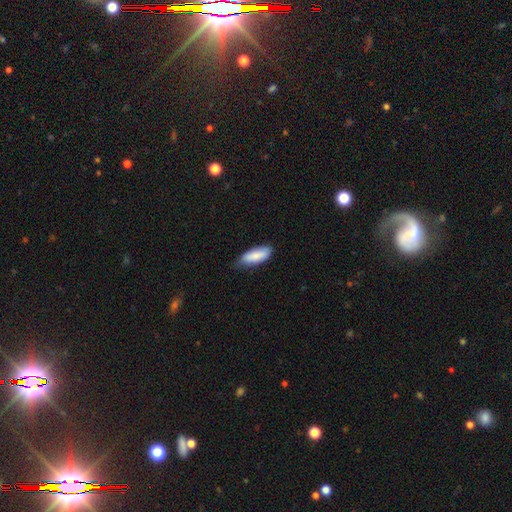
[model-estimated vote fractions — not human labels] Smooth or featured? Predicted: smooth (p=0.83). How rounded? Predicted: in between (p=0.73). Merging? Predicted: none (p=0.61).